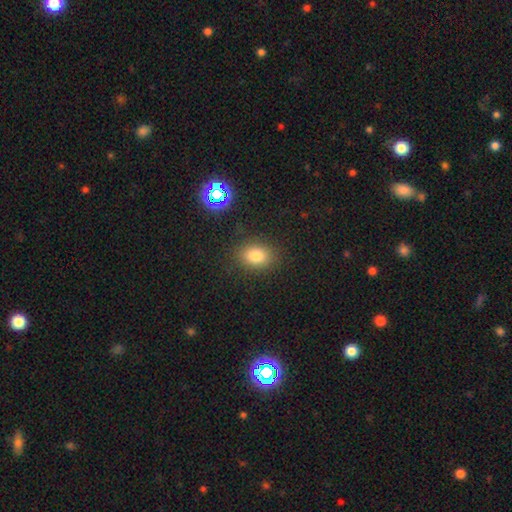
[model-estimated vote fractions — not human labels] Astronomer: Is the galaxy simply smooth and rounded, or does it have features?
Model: smooth — 79%.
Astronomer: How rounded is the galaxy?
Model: in between — 66%.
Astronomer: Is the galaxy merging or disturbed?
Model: none — 85%.